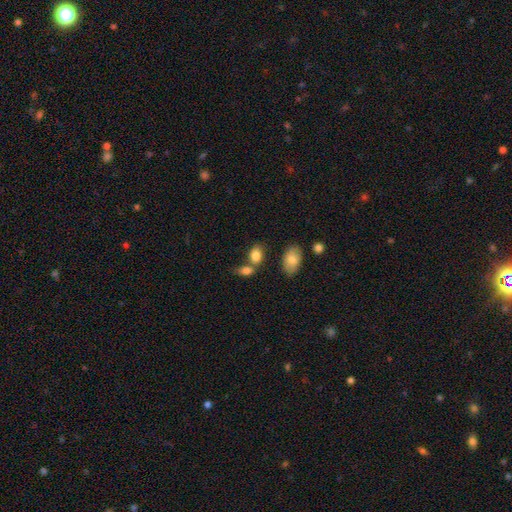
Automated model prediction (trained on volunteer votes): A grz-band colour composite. It shows a smooth galaxy with no disk features (84%) that is in between round and cigar-shaped (81%). Merging: none (48%).